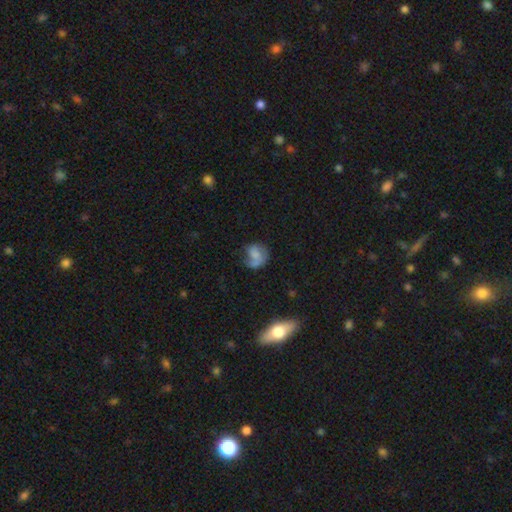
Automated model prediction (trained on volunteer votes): This appears to be a smooth galaxy with no disk features (57%) that is round (58%). Merging: none (37%).